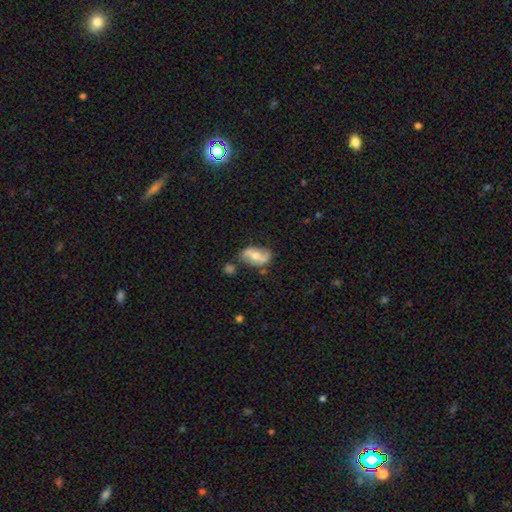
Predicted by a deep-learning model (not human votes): This appears to be a featured or disk galaxy (58%) with a strong bar (35%), spiral arms (69%) and a moderate central bulge (70%). Merging: none (67%).